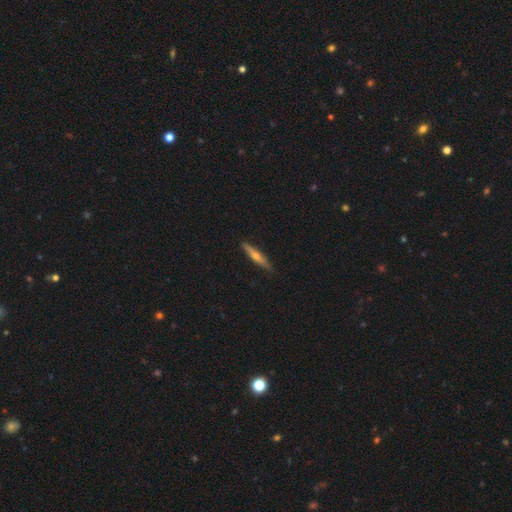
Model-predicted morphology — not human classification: A featured or disk galaxy (59%) viewed edge-on (96%) with a rounded central bulge (86%). Merging: none (90%).